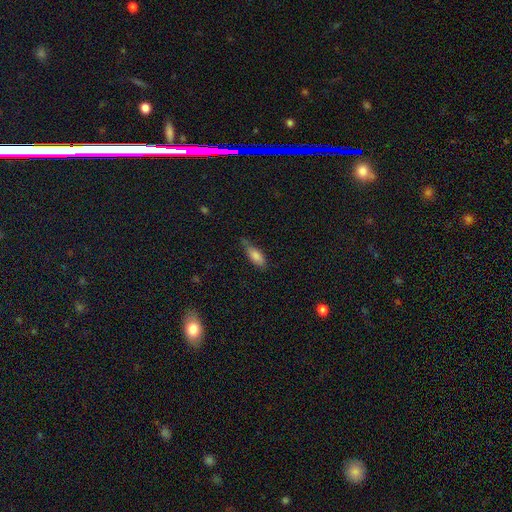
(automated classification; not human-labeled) This appears to be a smooth galaxy with no disk features (81%) that is in between round and cigar-shaped (69%). Merging: none (54%).